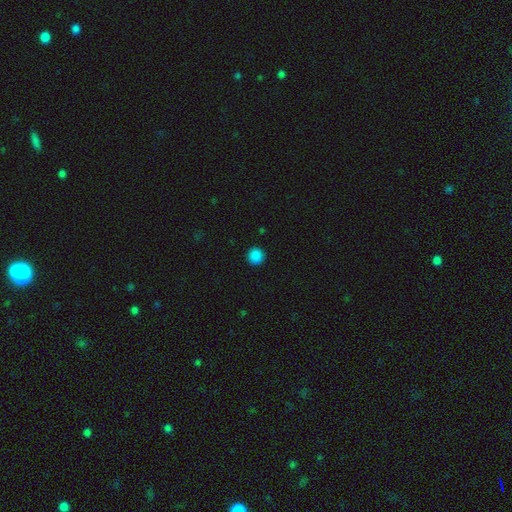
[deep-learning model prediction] Morphology: type=smooth (87%); roundness=round (95%); merging=none (93%).